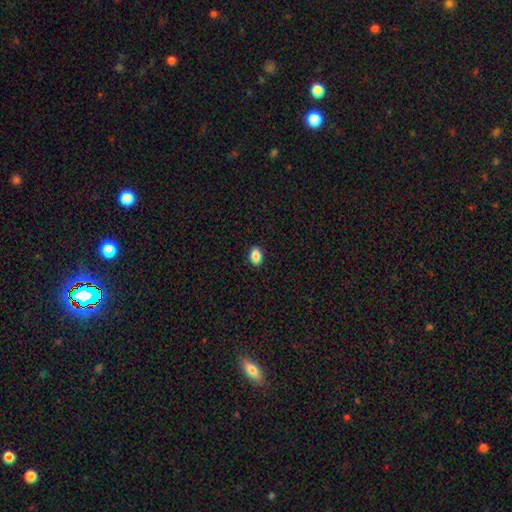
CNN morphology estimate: Smooth or featured? smooth (86%)
How rounded? in between (83%)
Merging? none (90%)